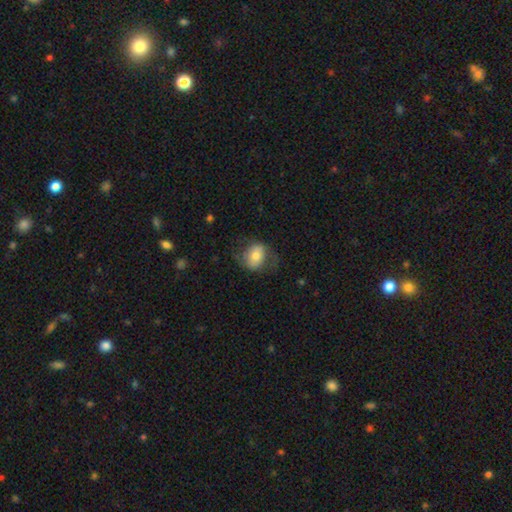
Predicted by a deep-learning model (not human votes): Overall: smooth (59%; featured or disk 34%). How rounded: in between (53%; round 45%). Merging: none (60%; minor disturbance 22%).